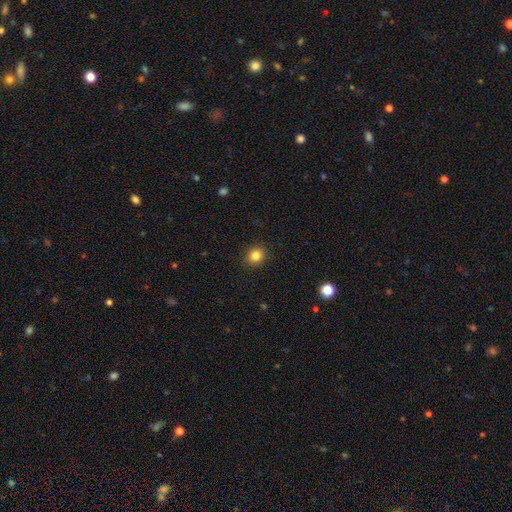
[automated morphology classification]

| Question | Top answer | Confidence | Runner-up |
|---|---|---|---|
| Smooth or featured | smooth | 83% | star or artifact (11%) |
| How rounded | round | 72% | in between (27%) |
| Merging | none | 89% | minor disturbance (8%) |